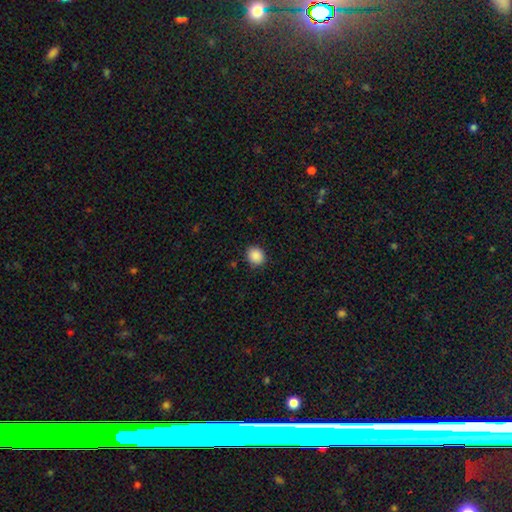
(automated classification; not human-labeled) This is clearly a smooth galaxy (88%). How rounded: likely round (70%). Merging: clearly none (89%).